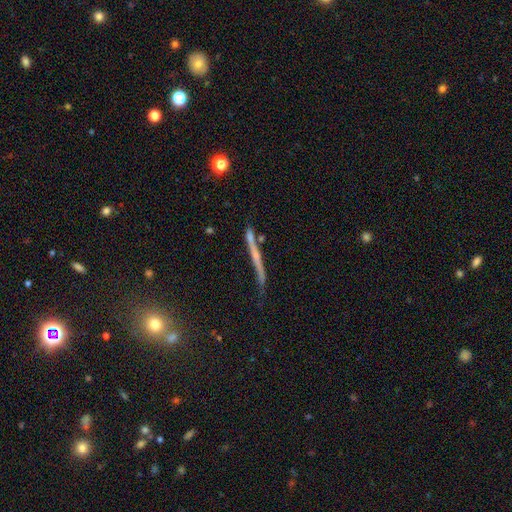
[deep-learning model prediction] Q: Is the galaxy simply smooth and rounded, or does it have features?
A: featured or disk — 61%.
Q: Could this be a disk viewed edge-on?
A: yes — 91%.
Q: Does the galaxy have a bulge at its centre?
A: none — 65%.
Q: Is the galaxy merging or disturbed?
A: none — 60%.